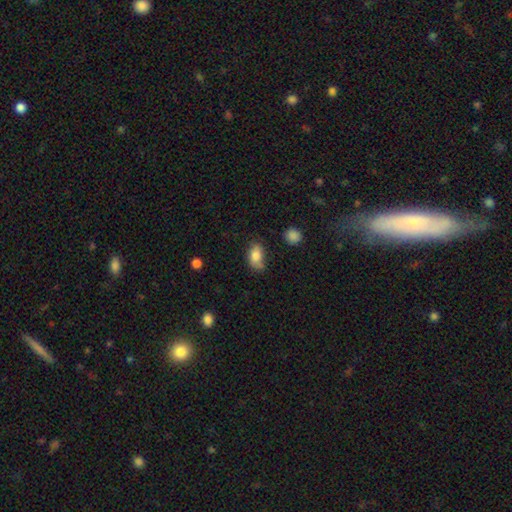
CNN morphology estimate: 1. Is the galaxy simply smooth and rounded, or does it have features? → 81% smooth, 11% featured or disk, 8% star or artifact.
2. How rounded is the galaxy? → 89% in between, 9% round, 2% cigar-shaped.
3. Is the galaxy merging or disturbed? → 59% none, 29% minor disturbance, 8% major disturbance, 4% merger.